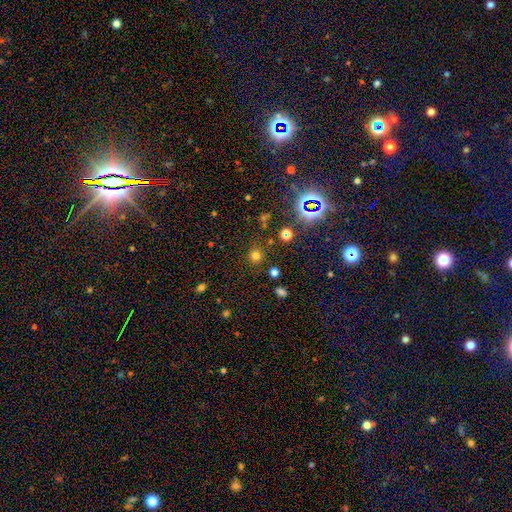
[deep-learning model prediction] A smooth galaxy with no disk features (68%) that is round (89%).

Vote fractions:
- Smooth or featured? smooth: 68% / star or artifact: 25% / featured or disk: 7%
- How rounded? round: 89% / in between: 10% / cigar-shaped: 1%
- Merging? none: 84% / minor disturbance: 9% / major disturbance: 4% / merger: 3%